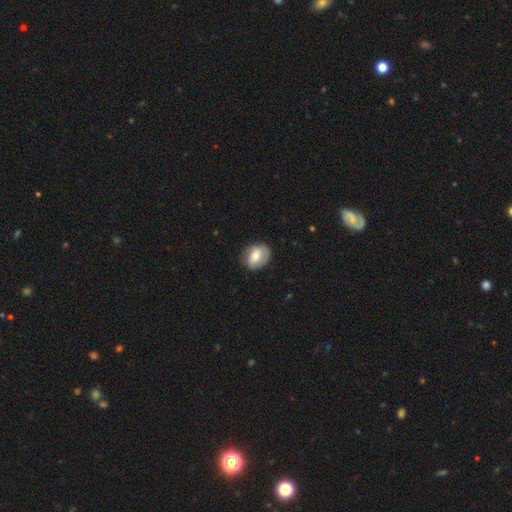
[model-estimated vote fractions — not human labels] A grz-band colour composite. It shows a smooth galaxy with no disk features (64%) that is in between round and cigar-shaped (59%). Merging: none (77%).